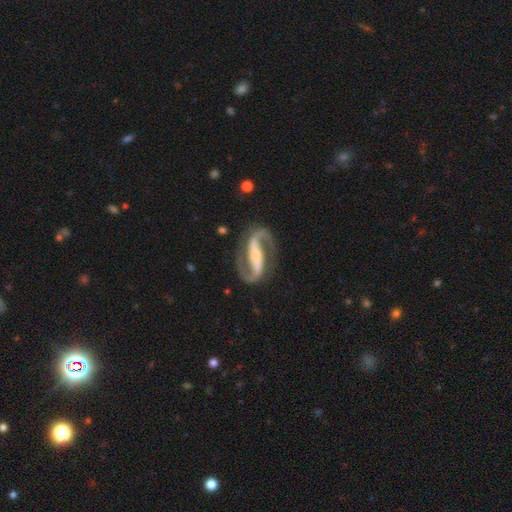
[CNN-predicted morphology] A featured or disk galaxy (93%) with a strong bar (71%), 2 (94%) medium (53%) spiral arms (98%) and a small central bulge (51%).

Vote fractions:
- Smooth or featured? featured or disk: 93% / smooth: 4% / star or artifact: 4%
- Edge-on disk? no: 96% / yes: 4%
- Bar? strong: 71% / weak: 18% / no: 12%
- Spiral arms? yes: 98% / no: 2%
- Spiral winding? medium: 53% / loose: 29% / tight: 18%
- Spiral arm count? 2: 94% / 1: 2% / can't tell: 1% / 3: 1% / 4: 1% / more than 4: 1%
- Bulge size? small: 51% / moderate: 35% / large: 6% / none: 6% / dominant: 2%
- Merging? none: 84% / minor disturbance: 10% / major disturbance: 5% / merger: 2%